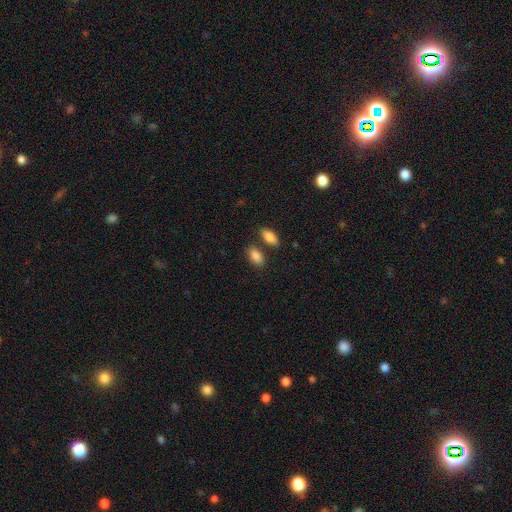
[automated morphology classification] smooth 87%, star or artifact 7%, featured or disk 6%. Down the decision tree: how rounded — in between (91%); merging — none (70%).